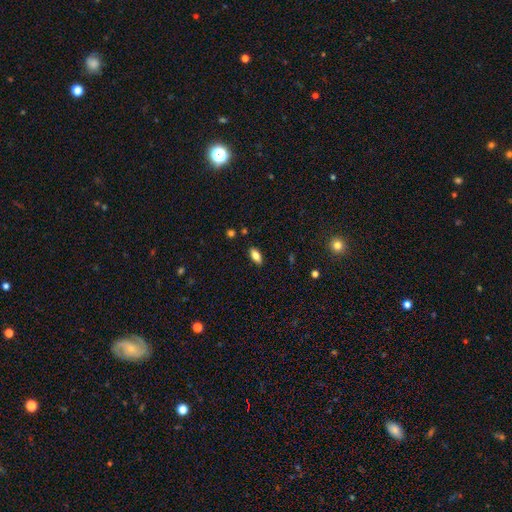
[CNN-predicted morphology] Smooth or featured: smooth — 78% (featured or disk — 14%)
How rounded: in between — 86% (cigar-shaped — 11%)
Merging: none — 87% (minor disturbance — 9%)